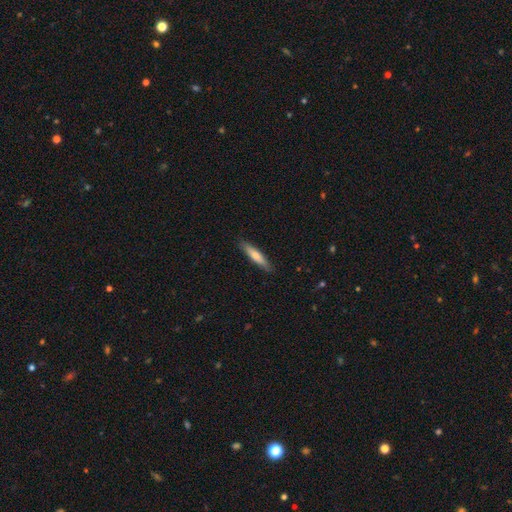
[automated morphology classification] smooth_or_featured: smooth (p=0.69) [alt: featured or disk p=0.26]
how_rounded: cigar-shaped (p=0.86) [alt: in between p=0.12]
merging: none (p=0.87) [alt: minor disturbance p=0.10]